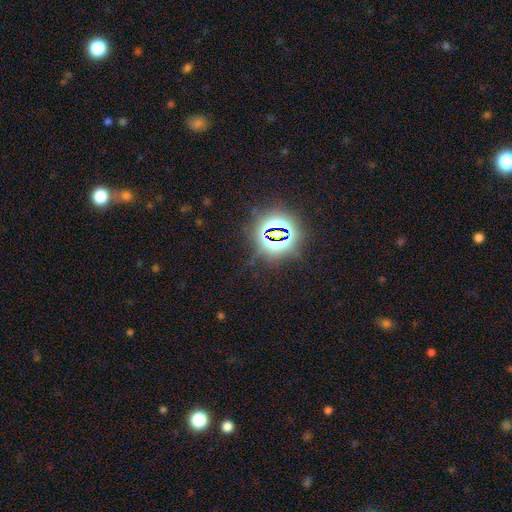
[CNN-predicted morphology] This is likely a star or artifact rather than a galaxy (80%).